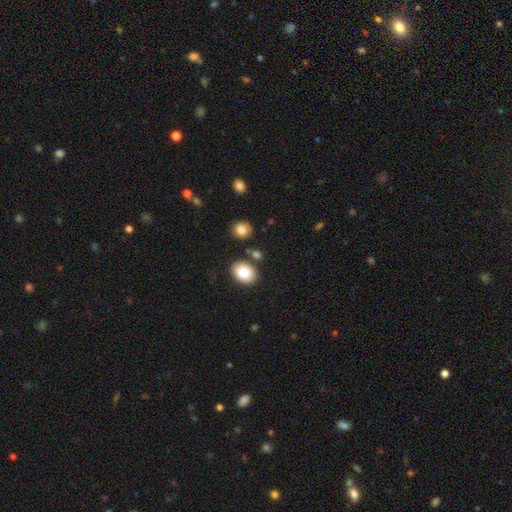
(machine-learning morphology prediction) The model was most divided on "how rounded": round: 51%, in between: 48%, cigar-shaped: 1%. More confident: merging — none (82%); smooth or featured — smooth (80%).